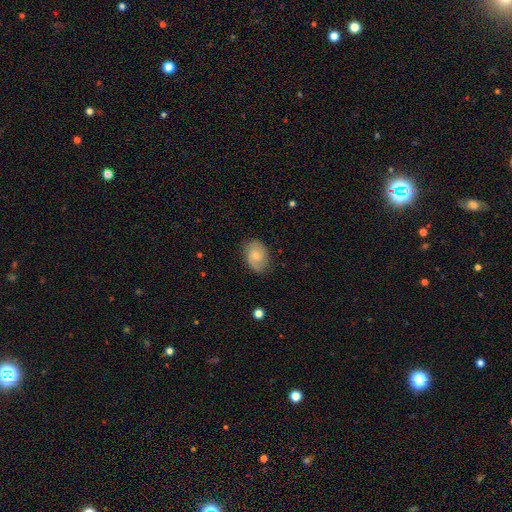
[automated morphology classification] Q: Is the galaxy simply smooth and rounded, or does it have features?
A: featured or disk — 46%, tied with smooth.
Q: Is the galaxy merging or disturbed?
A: none — 77%.